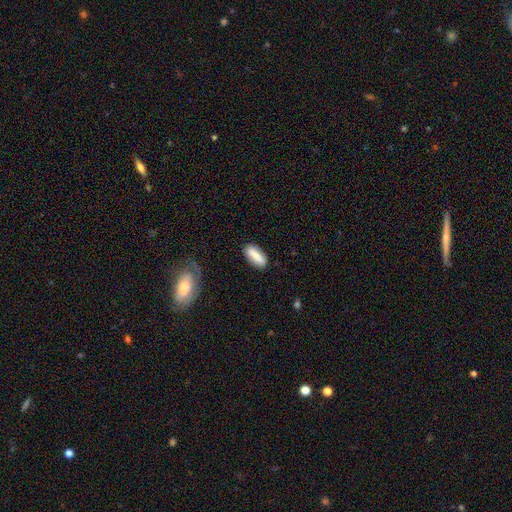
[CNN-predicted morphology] type=smooth (79%); roundness=in between (67%); merging=none (83%).